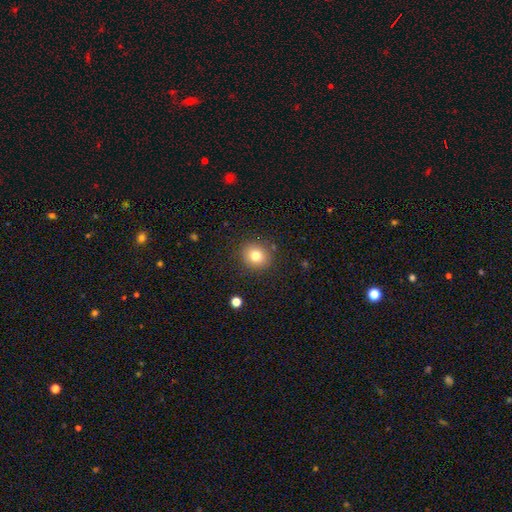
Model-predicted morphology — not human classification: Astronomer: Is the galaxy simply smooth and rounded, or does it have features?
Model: smooth — 77%.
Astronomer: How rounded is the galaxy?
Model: round — 86%.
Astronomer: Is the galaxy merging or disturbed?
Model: none — 87%.